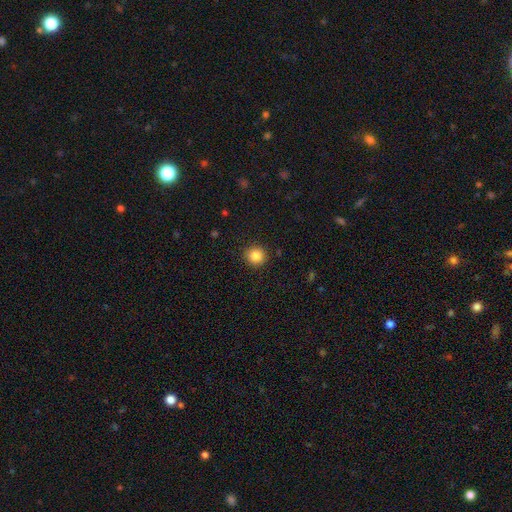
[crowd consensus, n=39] Smooth or featured? smooth (87%)
How rounded? round (91%)
Merging? none (97%)